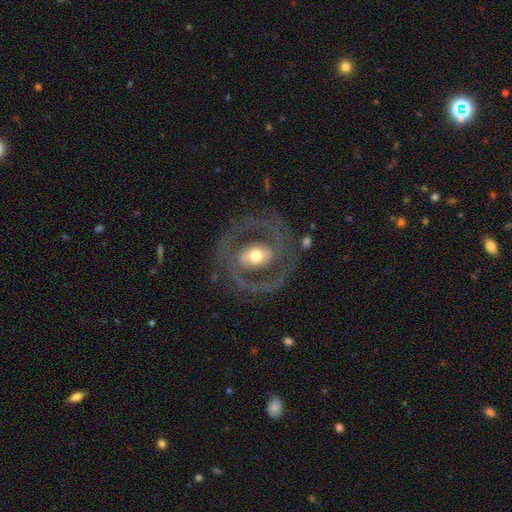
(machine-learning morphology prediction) type=featured or disk (65%); edge-on=no (95%); bar=no (59%); spiral arms=yes (65%); bulge=moderate (62%); merging=none (81%).